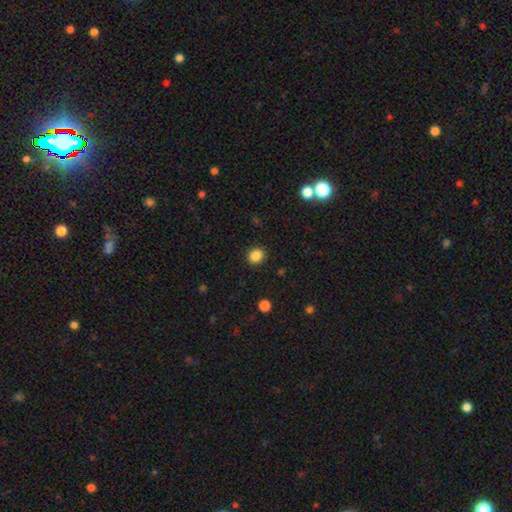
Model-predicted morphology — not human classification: Smooth or featured?
  - smooth: 86% *
  - star or artifact: 11%
  - featured or disk: 3%
How rounded?
  - round: 78% *
  - in between: 21%
  - cigar-shaped: 1%
Merging?
  - none: 91% *
  - minor disturbance: 6%
  - major disturbance: 2%
  - merger: 1%